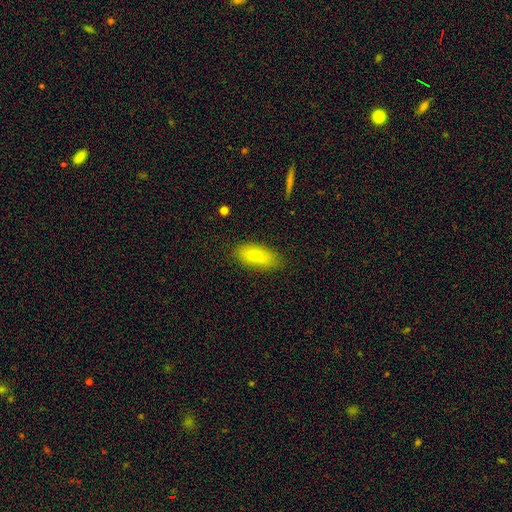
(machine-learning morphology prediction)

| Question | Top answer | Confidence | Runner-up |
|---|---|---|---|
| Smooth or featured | smooth | 84% | featured or disk (9%) |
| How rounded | in between | 84% | cigar-shaped (13%) |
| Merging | none | 76% | minor disturbance (17%) |